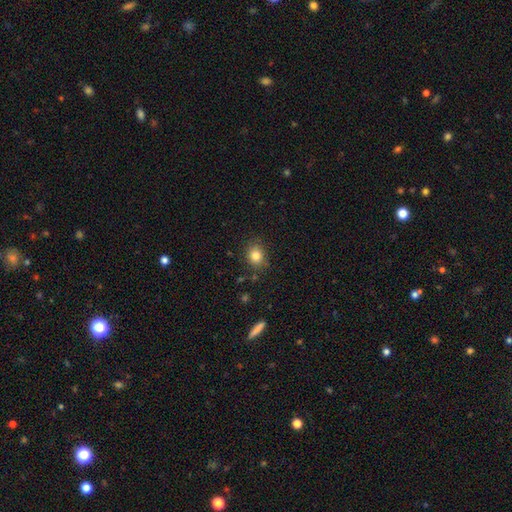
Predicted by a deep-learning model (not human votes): Smooth or featured? smooth (83%)
How rounded? round (62%)
Merging? none (84%)